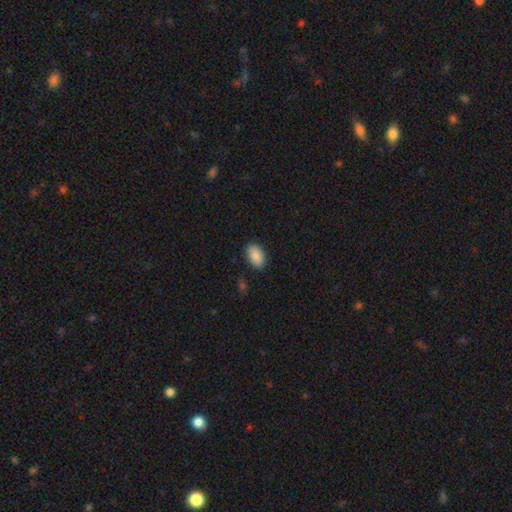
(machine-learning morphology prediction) The model was most divided on "merging": none: 87%, minor disturbance: 10%, major disturbance: 2%, merger: 1%. More confident: how rounded — in between (92%); smooth or featured — smooth (86%).